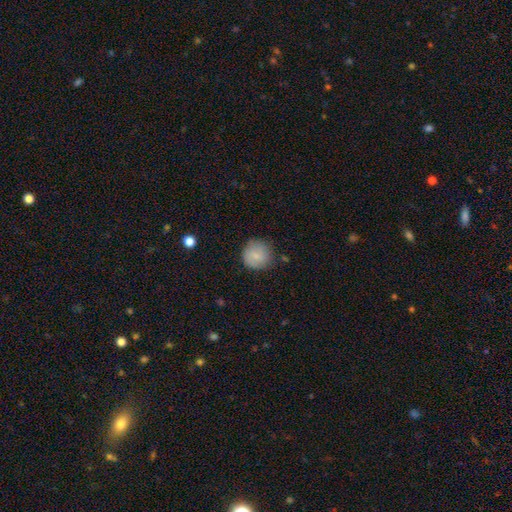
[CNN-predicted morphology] smooth_or_featured: smooth (p=0.82) [alt: featured or disk p=0.10]
how_rounded: round (p=0.91) [alt: in between p=0.08]
merging: none (p=0.79) [alt: minor disturbance p=0.16]